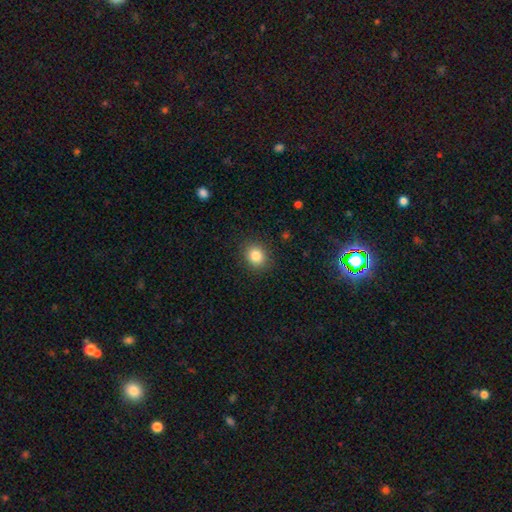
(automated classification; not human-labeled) A smooth galaxy with no disk features (85%) that is round (68%). Merging: none (88%).